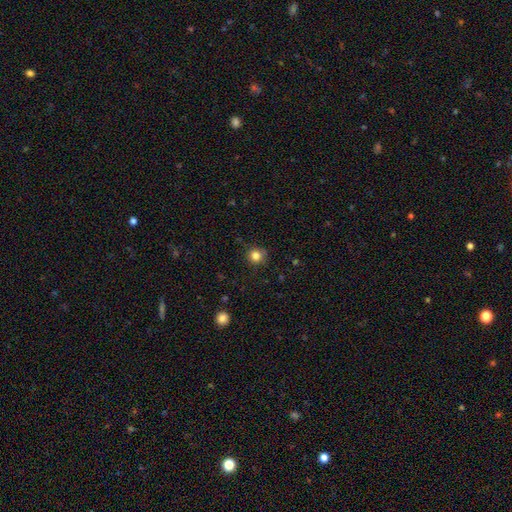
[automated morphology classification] type=smooth (83%); roundness=round (92%); merging=none (85%).